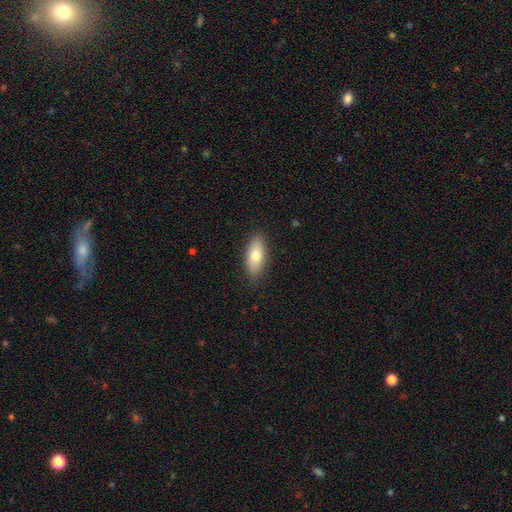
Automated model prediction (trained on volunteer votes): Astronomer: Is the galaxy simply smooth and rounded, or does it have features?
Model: smooth — 74%.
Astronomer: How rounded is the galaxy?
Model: in between — 84%.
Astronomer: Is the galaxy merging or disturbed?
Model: none — 86%.